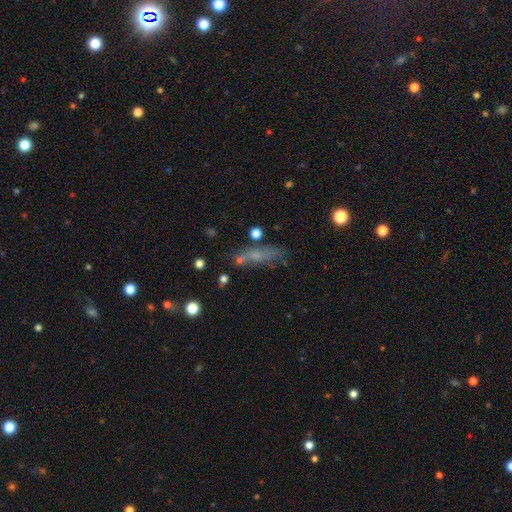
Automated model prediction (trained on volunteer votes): This is possibly a smooth galaxy (53%). How rounded: likely cigar-shaped (63%). Merging: possibly none (49%).